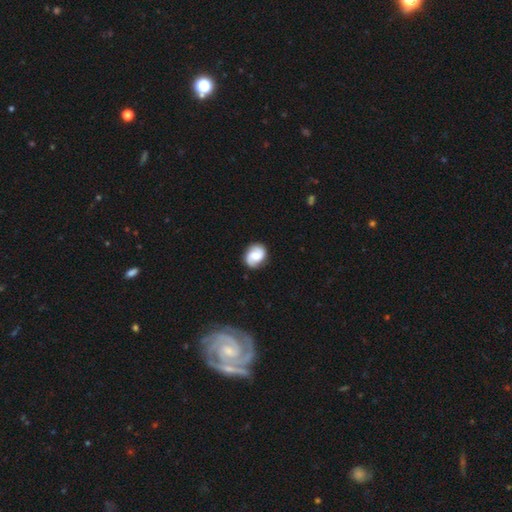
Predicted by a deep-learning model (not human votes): featured or disk 64%, smooth 28%, star or artifact 8%. Down the decision tree: edge-on disk — no (98%); bar — no (52%); spiral arms — yes (95%); spiral arm count — 2 (88%); spiral winding — medium (44%); bulge size — moderate (37%); merging — none (83%).